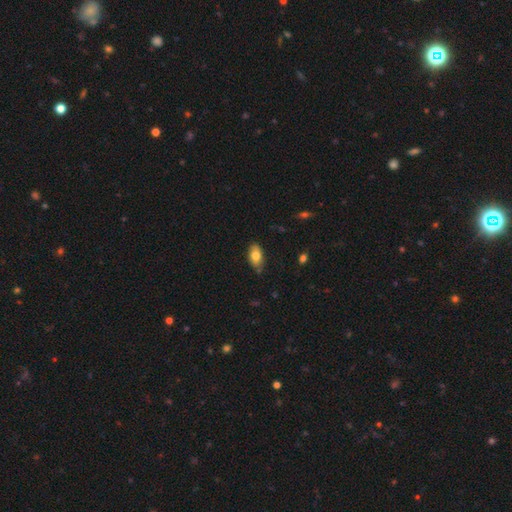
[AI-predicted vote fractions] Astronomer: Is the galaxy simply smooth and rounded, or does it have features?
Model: smooth — 79%.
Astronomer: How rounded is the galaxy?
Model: in between — 91%.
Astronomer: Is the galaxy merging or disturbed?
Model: none — 77%.